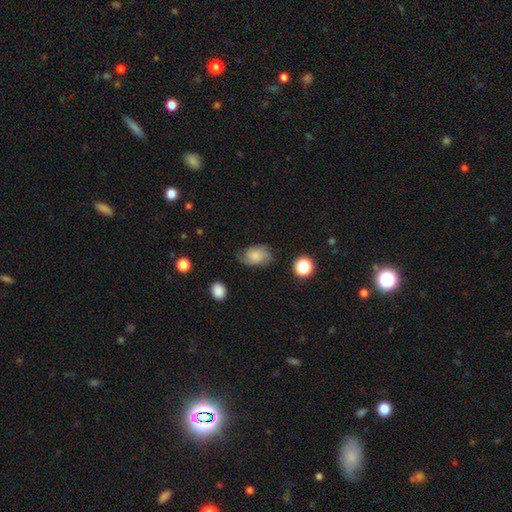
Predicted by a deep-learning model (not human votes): Smooth or featured? Predicted: smooth (p=0.53). How rounded? Predicted: in between (p=0.75). Merging? Predicted: none (p=0.65).